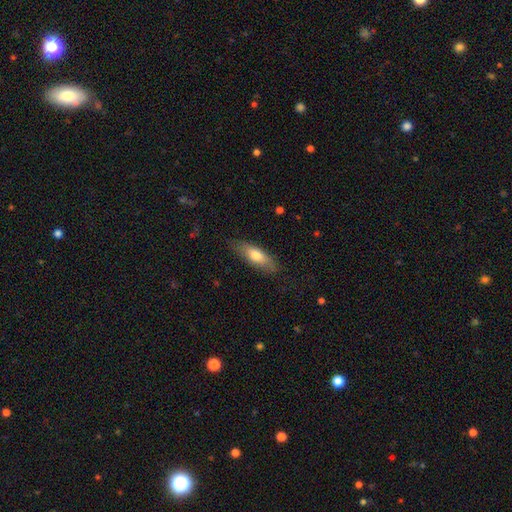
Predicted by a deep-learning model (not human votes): Q: Smooth or featured?
A: smooth (70%); runner-up: featured or disk (24%)
Q: How rounded?
A: in between (57%); runner-up: cigar-shaped (41%)
Q: Merging?
A: none (80%); runner-up: minor disturbance (15%)